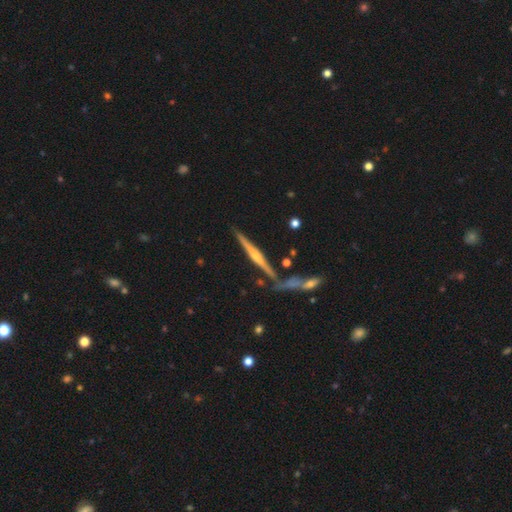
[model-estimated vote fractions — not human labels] This is likely a featured or disk galaxy (74%). It is clearly viewed edge-on (97%). Edge-on bulge: likely rounded (76%). Merging: likely none (77%).